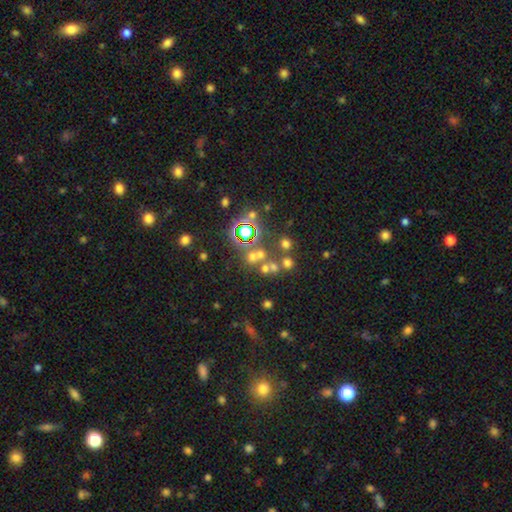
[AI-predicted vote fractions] Smooth or featured? star or artifact (43%)